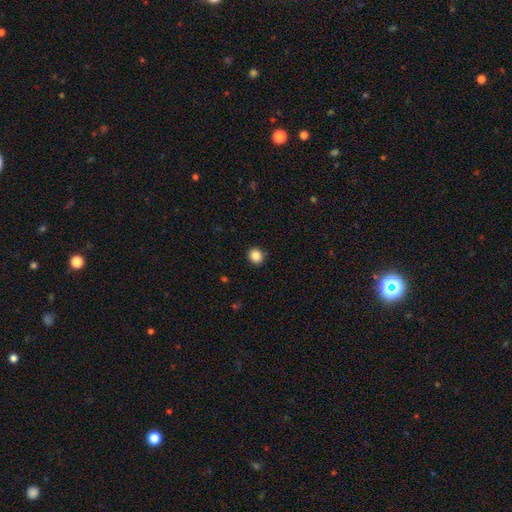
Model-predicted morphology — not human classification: Q: Smooth or featured?
A: smooth (86%); runner-up: star or artifact (10%)
Q: How rounded?
A: round (89%); runner-up: in between (10%)
Q: Merging?
A: none (92%); runner-up: minor disturbance (5%)